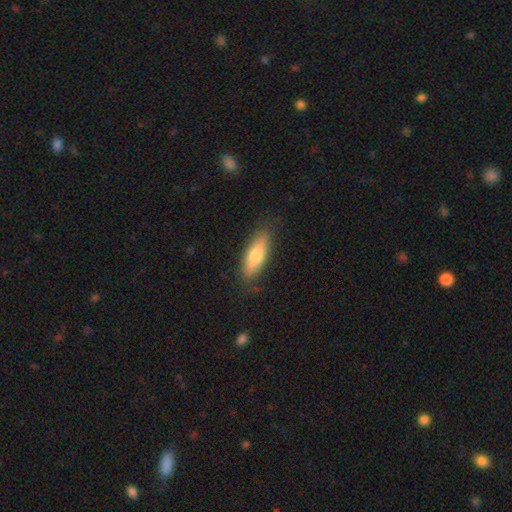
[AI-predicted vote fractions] smooth_or_featured: smooth (p=0.73) [alt: featured or disk p=0.21]
how_rounded: in between (p=0.57) [alt: cigar-shaped p=0.41]
merging: none (p=0.82) [alt: minor disturbance p=0.13]